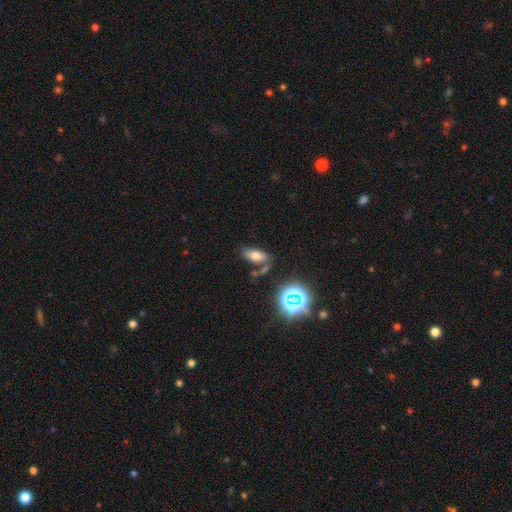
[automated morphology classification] smooth_or_featured: smooth (p=0.64) [alt: star or artifact p=0.21]
how_rounded: in between (p=0.82) [alt: cigar-shaped p=0.11]
merging: none (p=0.66) [alt: merger p=0.14]